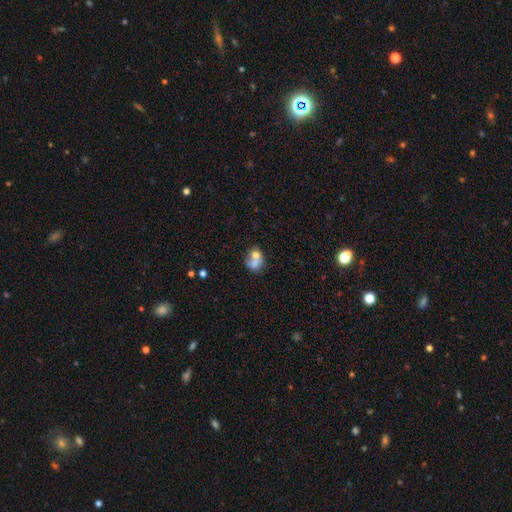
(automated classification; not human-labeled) Morphology: type=smooth (64%); roundness=round (54%); merging=merger (60%).